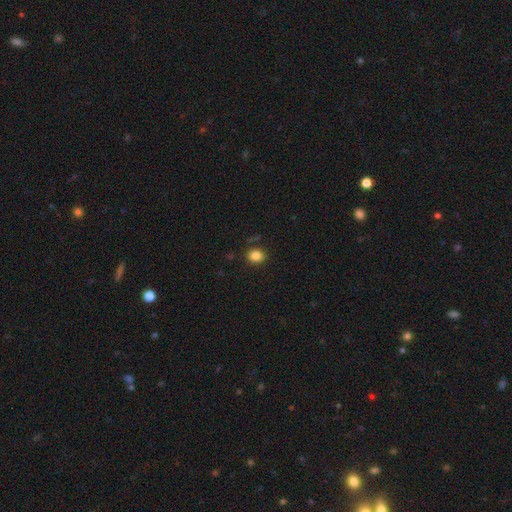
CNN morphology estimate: Smooth or featured?
  - smooth: 85% *
  - star or artifact: 11%
  - featured or disk: 4%
How rounded?
  - round: 64% *
  - in between: 35%
  - cigar-shaped: 1%
Merging?
  - none: 85% *
  - minor disturbance: 9%
  - major disturbance: 3%
  - merger: 2%